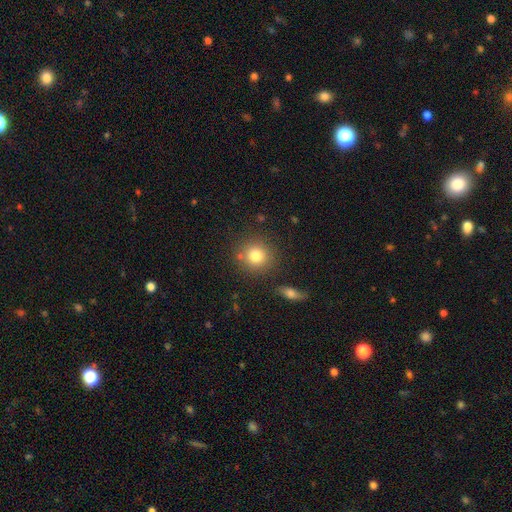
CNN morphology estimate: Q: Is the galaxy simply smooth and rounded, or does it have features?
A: smooth — 81%.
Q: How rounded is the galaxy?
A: round — 90%.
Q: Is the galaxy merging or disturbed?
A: none — 81%.